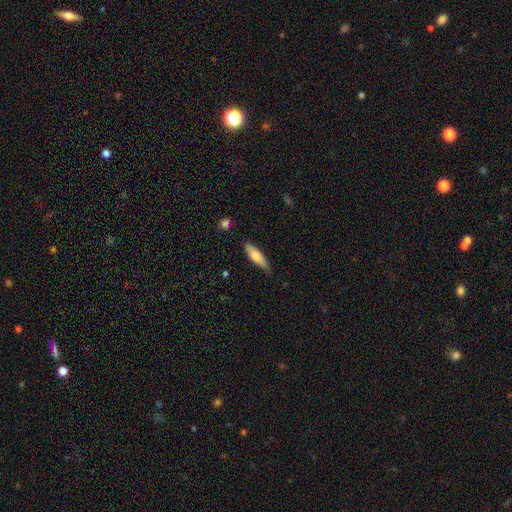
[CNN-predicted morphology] smooth_or_featured: smooth (p=0.65) [alt: featured or disk p=0.30]
how_rounded: cigar-shaped (p=0.60) [alt: in between p=0.38]
merging: none (p=0.79) [alt: minor disturbance p=0.17]